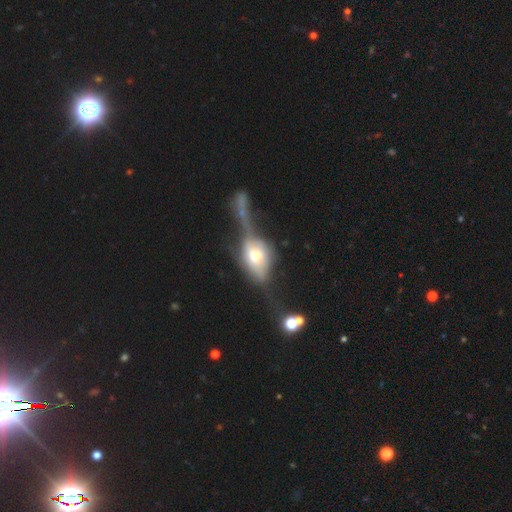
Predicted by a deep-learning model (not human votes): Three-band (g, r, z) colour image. It shows a featured or disk galaxy (48%). Merging: major disturbance (34%).